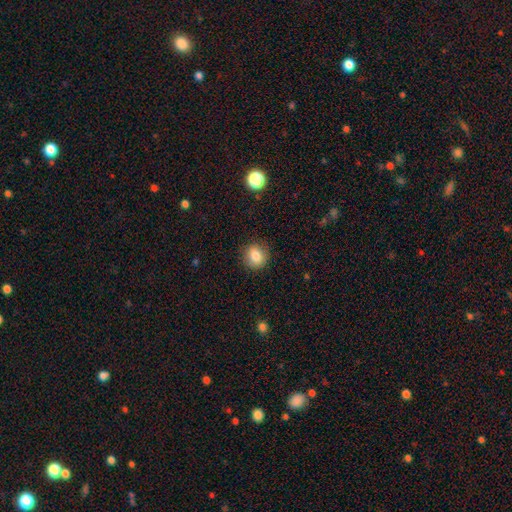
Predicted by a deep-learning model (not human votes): Smooth or featured? Predicted: smooth (p=0.82). How rounded? Predicted: round (p=0.82). Merging? Predicted: none (p=0.88).